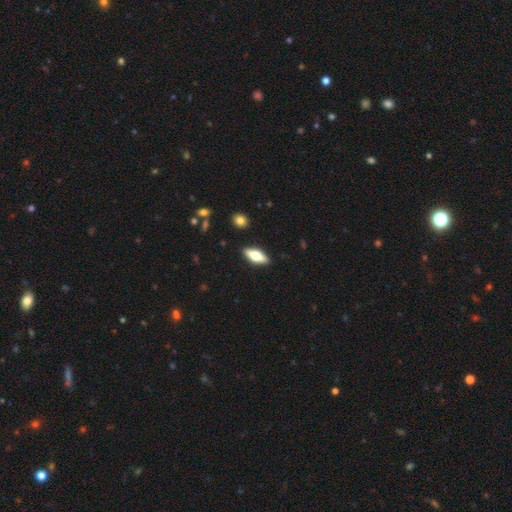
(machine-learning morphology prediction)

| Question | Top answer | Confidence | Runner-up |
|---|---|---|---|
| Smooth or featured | smooth | 57% | featured or disk (37%) |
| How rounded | in between | 70% | cigar-shaped (27%) |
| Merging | none | 89% | minor disturbance (8%) |